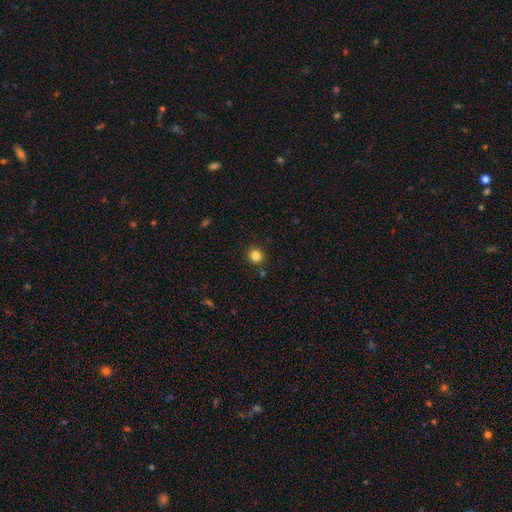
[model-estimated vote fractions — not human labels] Smooth or featured? Predicted: smooth (p=0.83). How rounded? Predicted: round (p=0.89). Merging? Predicted: none (p=0.86).